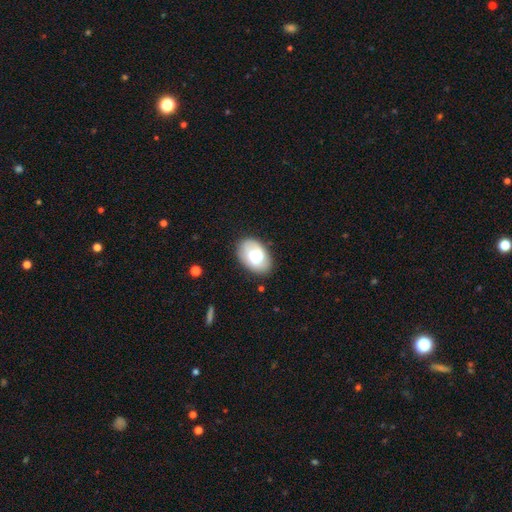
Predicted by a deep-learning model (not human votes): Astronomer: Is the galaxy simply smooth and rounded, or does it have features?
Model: smooth — 67%.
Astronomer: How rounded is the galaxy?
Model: in between — 89%.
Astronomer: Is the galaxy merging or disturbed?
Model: none — 79%.